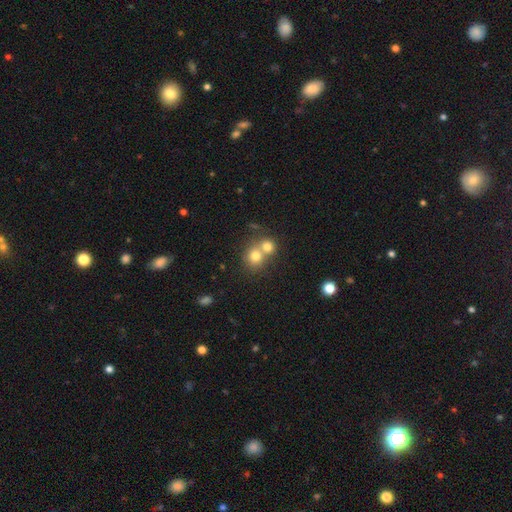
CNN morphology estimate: smooth_or_featured: smooth (p=0.75) [alt: featured or disk p=0.13]
how_rounded: round (p=0.80) [alt: in between p=0.19]
merging: merger (p=0.58) [alt: none p=0.34]